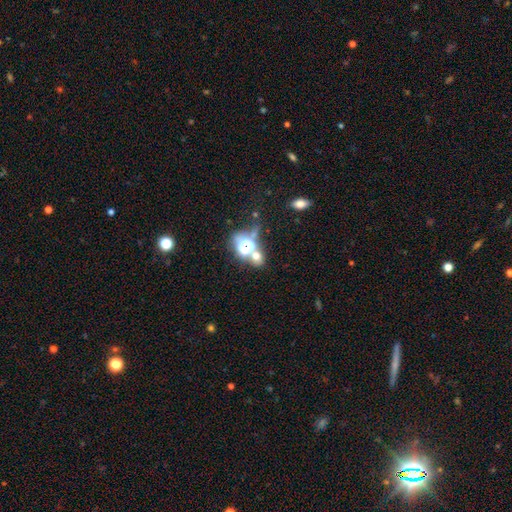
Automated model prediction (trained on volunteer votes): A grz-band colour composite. It shows a smooth galaxy with no disk features (48%). Merging: none (60%).